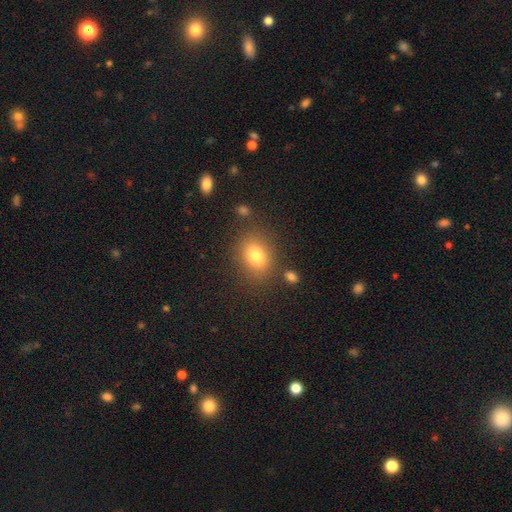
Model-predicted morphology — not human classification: type=smooth (80%); roundness=in between (63%); merging=none (80%).